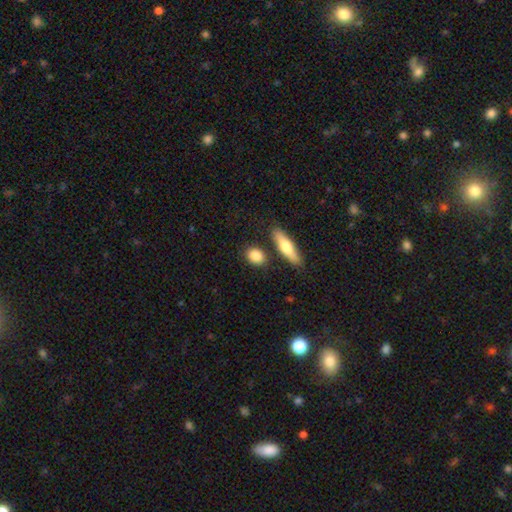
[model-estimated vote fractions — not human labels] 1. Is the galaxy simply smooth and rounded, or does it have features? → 84% smooth, 10% featured or disk, 6% star or artifact.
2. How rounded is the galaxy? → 50% in between, 40% round, 10% cigar-shaped.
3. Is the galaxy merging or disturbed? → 79% none, 10% minor disturbance, 8% merger, 3% major disturbance.